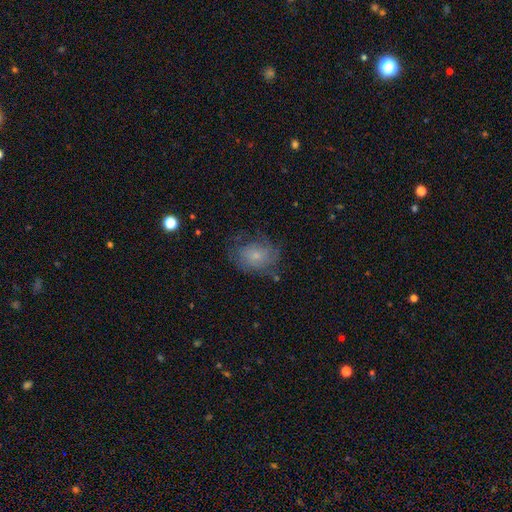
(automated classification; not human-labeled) Smooth or featured? Predicted: smooth (p=0.55). How rounded? Predicted: in between (p=0.57). Merging? Predicted: none (p=0.58).